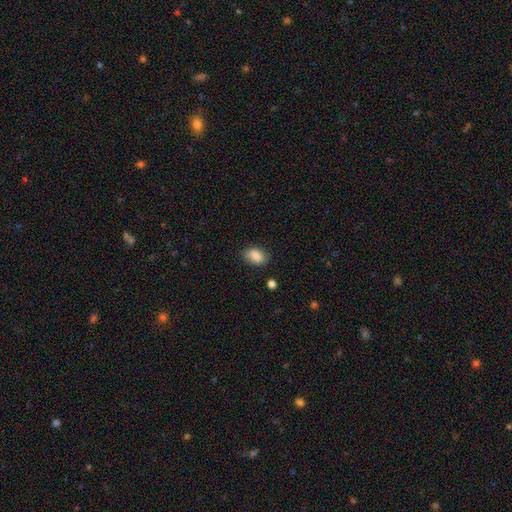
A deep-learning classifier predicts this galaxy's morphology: Smooth or featured? Predicted: smooth (p=0.87). How rounded? Predicted: in between (p=0.85). Merging? Predicted: none (p=0.78).